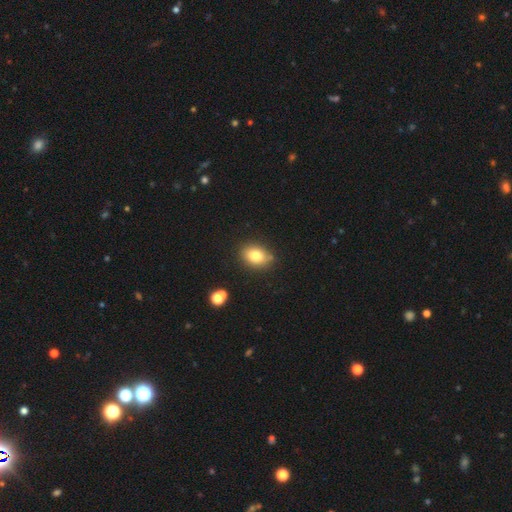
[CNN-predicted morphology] type=smooth (79%); roundness=in between (68%); merging=none (81%).